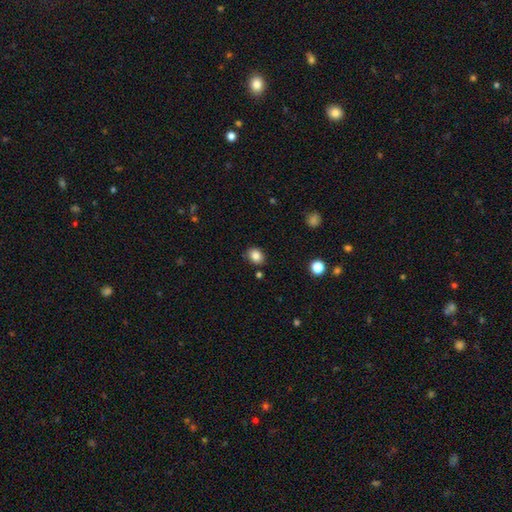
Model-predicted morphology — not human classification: A smooth galaxy with no disk features (85%) that is round (51%).

Vote fractions:
- Smooth or featured? smooth: 85% / star or artifact: 10% / featured or disk: 5%
- How rounded? round: 51% / in between: 48% / cigar-shaped: 1%
- Merging? none: 83% / minor disturbance: 12% / merger: 3% / major disturbance: 3%